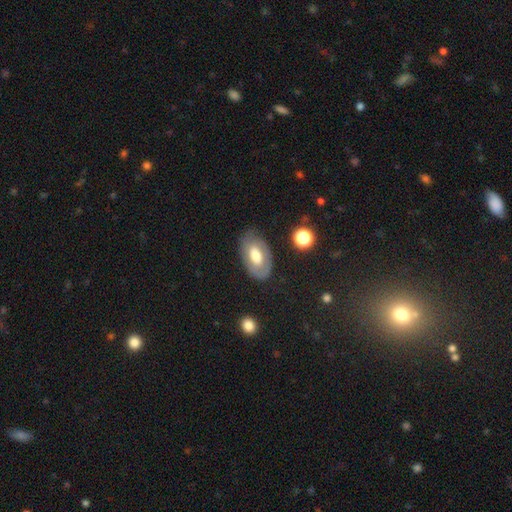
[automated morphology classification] smooth 48%, featured or disk 45%, star or artifact 7%. Down the decision tree: merging — none (74%).